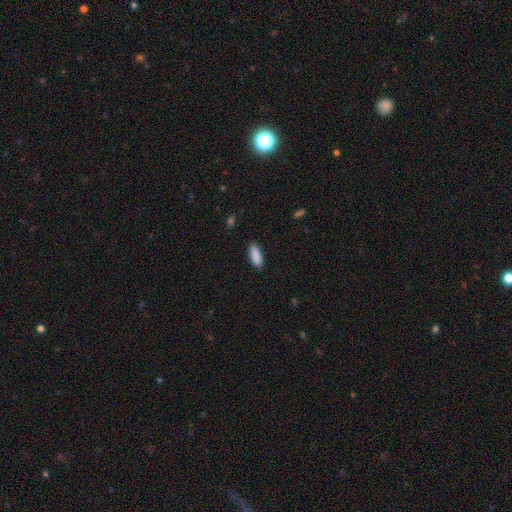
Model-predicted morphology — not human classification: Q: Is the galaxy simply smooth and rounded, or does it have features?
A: smooth — 90%.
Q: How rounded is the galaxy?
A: in between — 61%.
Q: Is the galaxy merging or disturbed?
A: none — 88%.